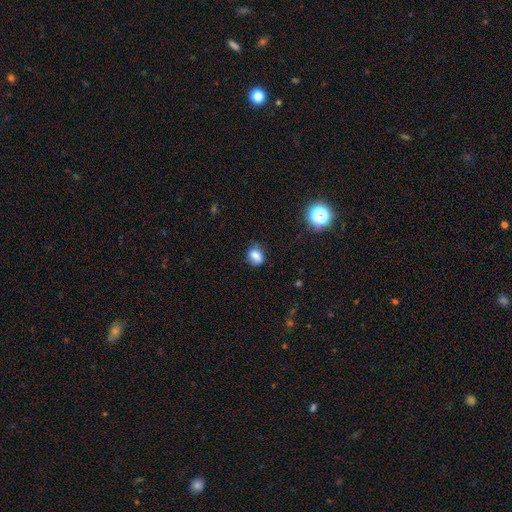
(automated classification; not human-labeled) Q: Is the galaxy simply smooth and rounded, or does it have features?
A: smooth — 80%.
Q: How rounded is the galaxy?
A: in between — 60%.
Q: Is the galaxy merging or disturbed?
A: none — 71%.